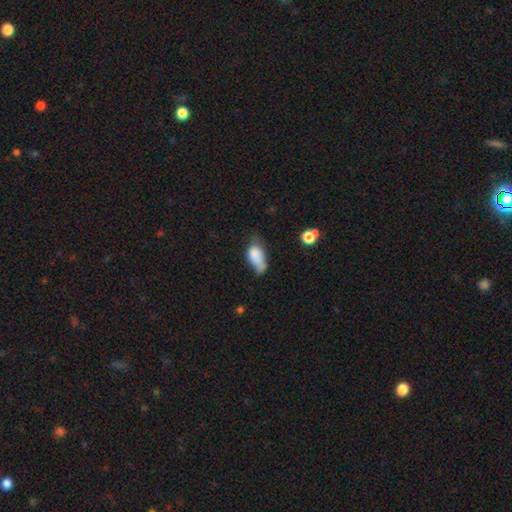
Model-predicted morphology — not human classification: The model was most divided on "merging": minor disturbance: 39%, none: 27%, major disturbance: 24%, merger: 11%. More confident: how rounded — in between (90%); smooth or featured — smooth (77%).